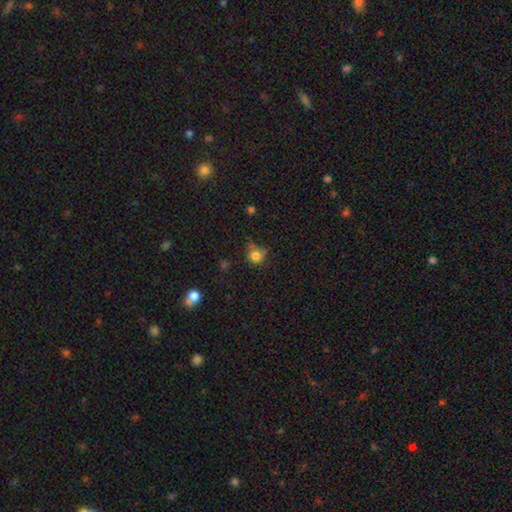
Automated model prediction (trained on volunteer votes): This appears to be a smooth galaxy with no disk features (80%) that is round (87%). Merging: none (63%).